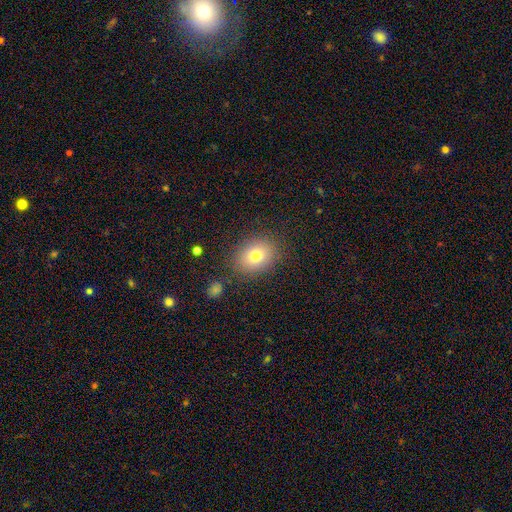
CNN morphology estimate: type=smooth (77%); roundness=in between (56%); merging=none (84%).